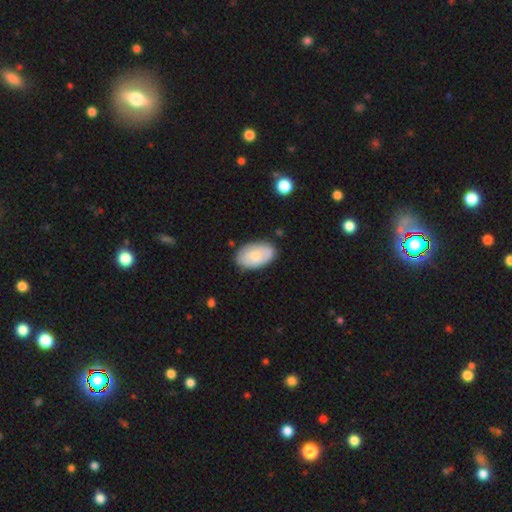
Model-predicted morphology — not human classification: This appears to be a smooth galaxy with no disk features (63%) that is in between round and cigar-shaped (93%). Merging: none (78%).